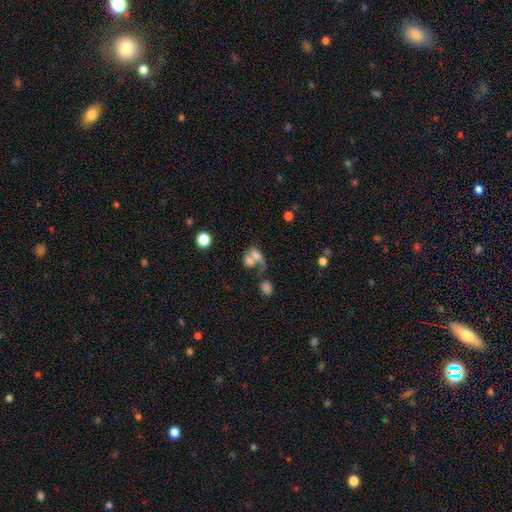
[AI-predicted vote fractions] This is possibly a smooth galaxy (56%). How rounded: likely in between (71%). Merging: likely merger (62%).